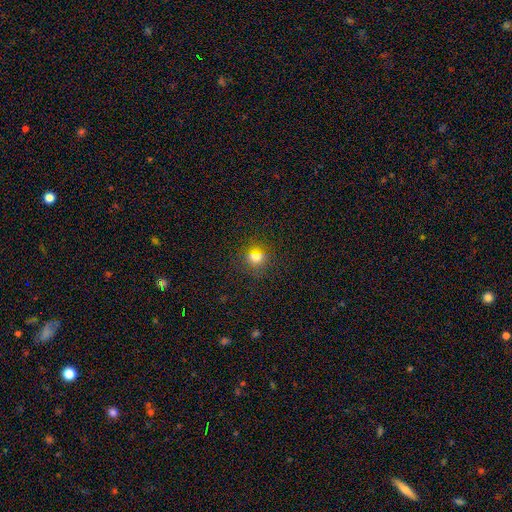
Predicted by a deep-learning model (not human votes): Q: Smooth or featured?
A: smooth (73%); runner-up: star or artifact (19%)
Q: How rounded?
A: round (81%); runner-up: in between (17%)
Q: Merging?
A: none (86%); runner-up: minor disturbance (8%)